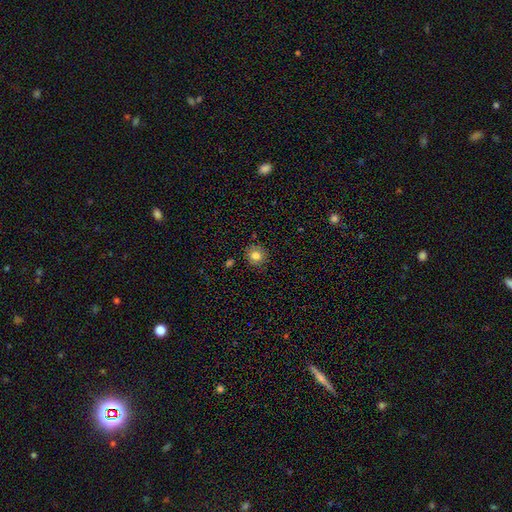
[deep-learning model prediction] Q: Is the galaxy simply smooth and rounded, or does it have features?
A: smooth — 80%.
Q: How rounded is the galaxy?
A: round — 90%.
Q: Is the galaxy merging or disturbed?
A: none — 86%.